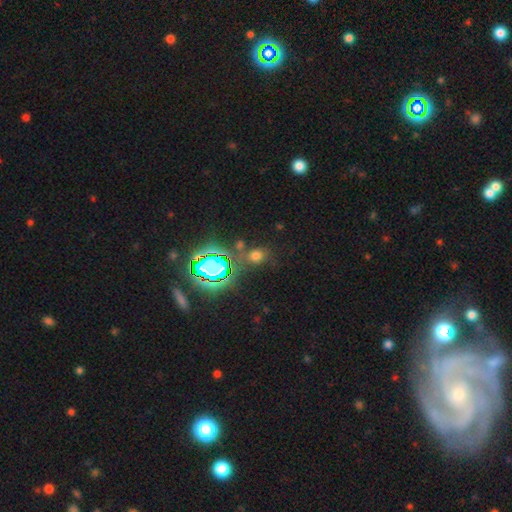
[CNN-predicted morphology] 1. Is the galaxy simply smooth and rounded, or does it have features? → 53% smooth, 39% star or artifact, 8% featured or disk.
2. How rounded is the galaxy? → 68% round, 30% in between, 2% cigar-shaped.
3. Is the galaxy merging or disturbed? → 73% none, 12% minor disturbance, 10% merger, 6% major disturbance.